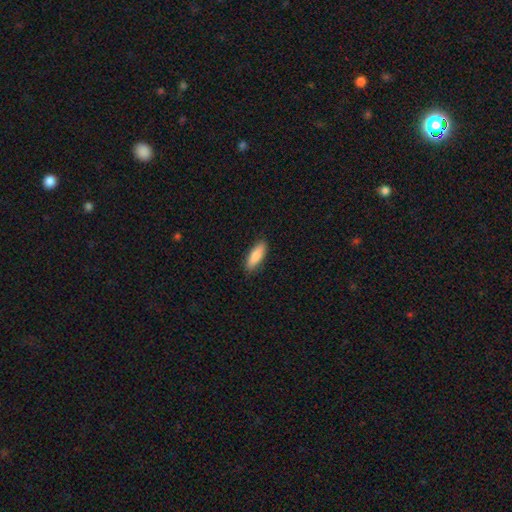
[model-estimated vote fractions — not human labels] A smooth galaxy with no disk features (86%) that is in between round and cigar-shaped (59%).

Vote fractions:
- Smooth or featured? smooth: 86% / featured or disk: 9% / star or artifact: 6%
- How rounded? in between: 59% / cigar-shaped: 39% / round: 2%
- Merging? none: 88% / minor disturbance: 9% / major disturbance: 2% / merger: 1%